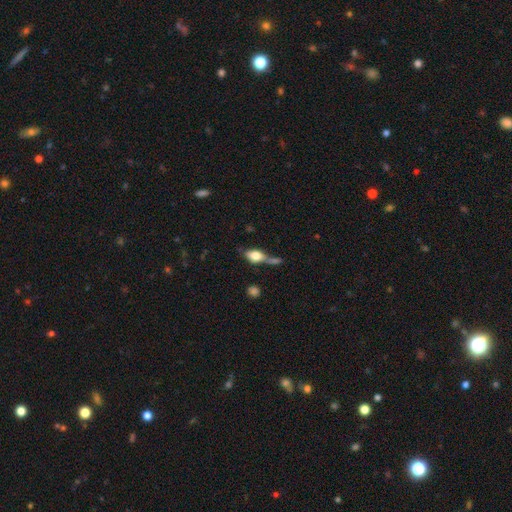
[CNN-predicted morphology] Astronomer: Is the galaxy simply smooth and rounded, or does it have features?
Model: smooth — 66%.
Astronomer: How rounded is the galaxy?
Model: in between — 79%.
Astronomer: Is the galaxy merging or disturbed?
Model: none — 38% (runner-up: merger, 31%).